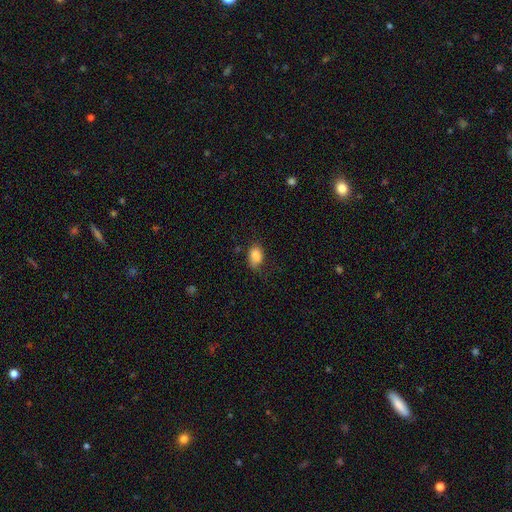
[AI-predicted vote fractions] A smooth galaxy with no disk features (84%) that is in between round and cigar-shaped (82%).

Vote fractions:
- Smooth or featured? smooth: 84% / star or artifact: 9% / featured or disk: 7%
- How rounded? in between: 82% / round: 16% / cigar-shaped: 2%
- Merging? none: 53% / minor disturbance: 32% / major disturbance: 11% / merger: 4%